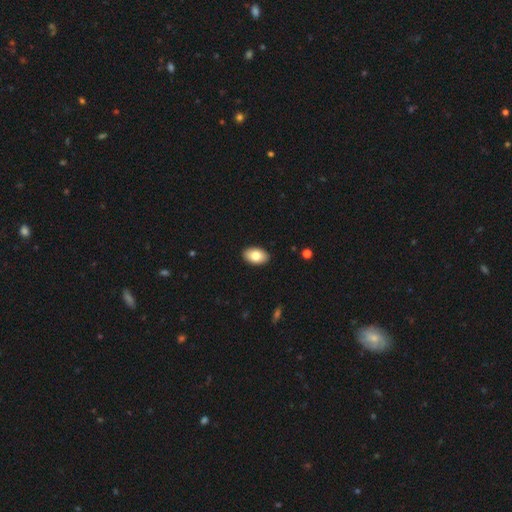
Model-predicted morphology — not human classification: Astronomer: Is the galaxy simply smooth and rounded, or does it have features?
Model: smooth — 80%.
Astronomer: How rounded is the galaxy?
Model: in between — 93%.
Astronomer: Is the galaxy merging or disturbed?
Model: none — 90%.